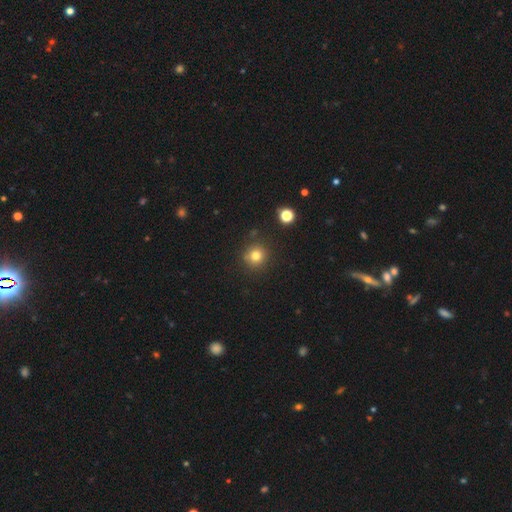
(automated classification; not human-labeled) This is likely a smooth galaxy (79%). How rounded: clearly round (93%). Merging: clearly none (86%).